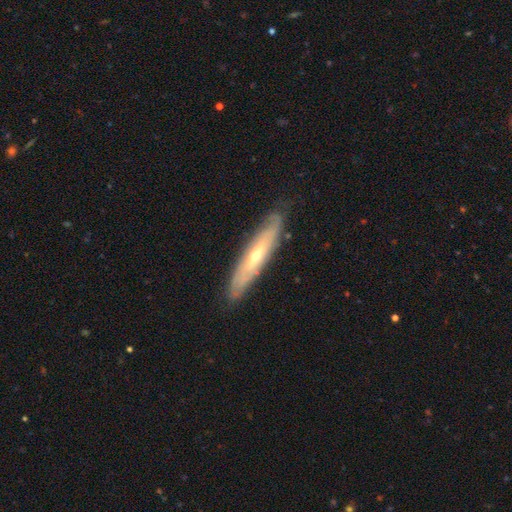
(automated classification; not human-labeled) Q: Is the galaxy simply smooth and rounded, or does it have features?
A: featured or disk — 69%.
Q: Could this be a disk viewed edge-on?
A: yes — 55%.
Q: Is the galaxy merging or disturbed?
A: none — 82%.